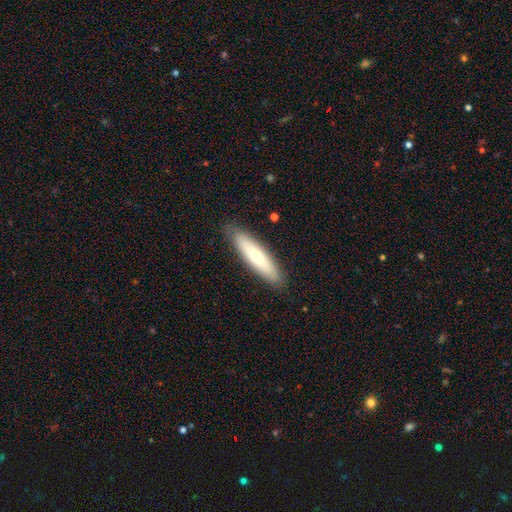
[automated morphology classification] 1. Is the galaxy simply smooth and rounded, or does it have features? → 68% smooth, 26% featured or disk, 6% star or artifact.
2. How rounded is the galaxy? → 76% cigar-shaped, 23% in between, 1% round.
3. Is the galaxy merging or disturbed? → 87% none, 10% minor disturbance, 2% major disturbance, 1% merger.